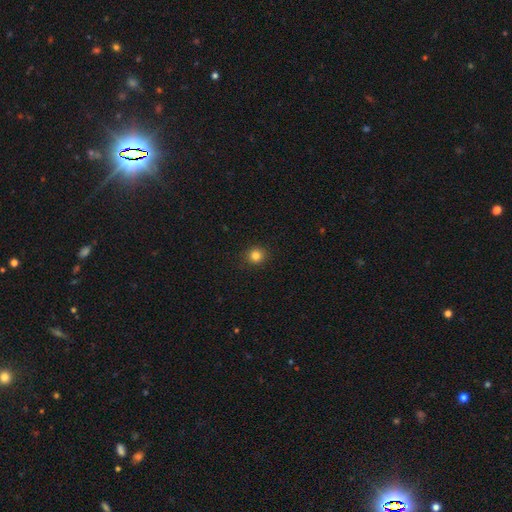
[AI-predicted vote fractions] Smooth or featured: smooth — 83% (star or artifact — 13%)
How rounded: round — 91% (in between — 8%)
Merging: none — 92% (minor disturbance — 5%)